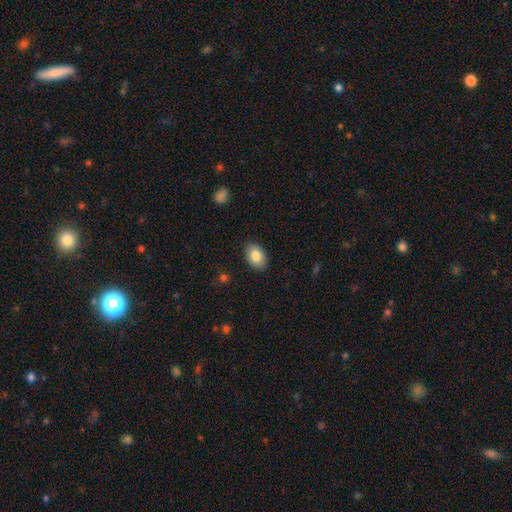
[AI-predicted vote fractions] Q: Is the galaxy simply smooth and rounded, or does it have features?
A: smooth — 84%.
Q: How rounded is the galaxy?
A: in between — 88%.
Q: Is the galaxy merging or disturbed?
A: none — 87%.